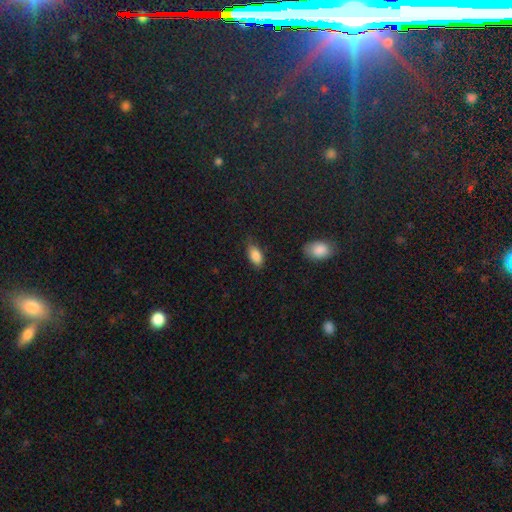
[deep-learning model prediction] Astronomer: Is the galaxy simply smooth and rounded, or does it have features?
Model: smooth — 86%.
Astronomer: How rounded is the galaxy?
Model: in between — 91%.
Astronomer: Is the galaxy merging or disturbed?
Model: none — 68%.